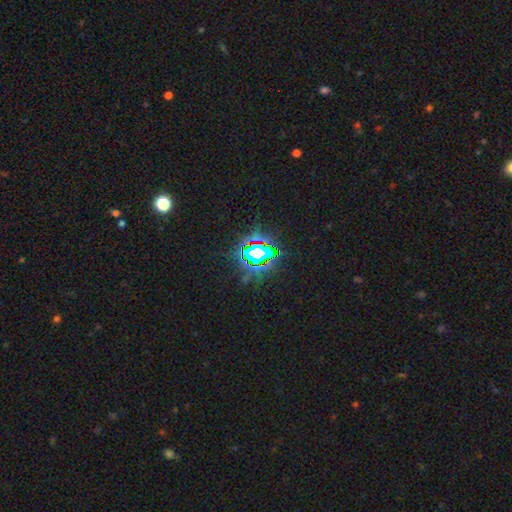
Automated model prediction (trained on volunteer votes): Overall: star or artifact (75%).